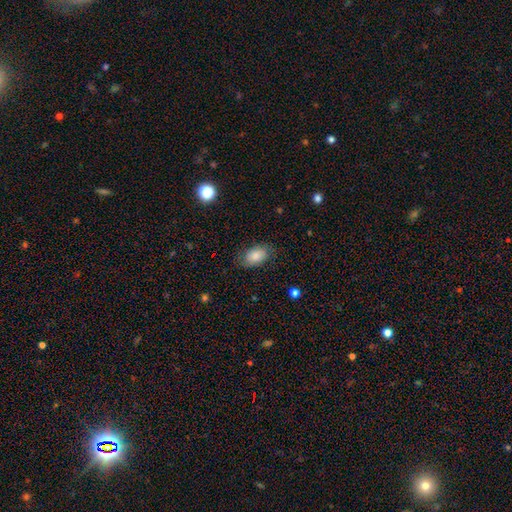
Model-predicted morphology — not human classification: Q: Smooth or featured?
A: smooth (82%); runner-up: featured or disk (11%)
Q: How rounded?
A: in between (90%); runner-up: round (8%)
Q: Merging?
A: none (78%); runner-up: minor disturbance (16%)